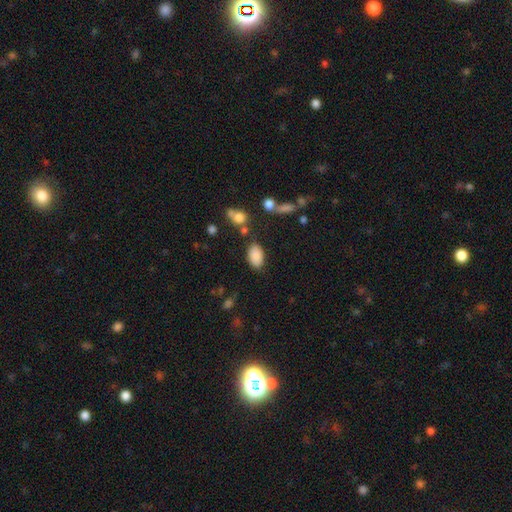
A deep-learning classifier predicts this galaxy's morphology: A smooth galaxy with no disk features (86%) that is in between round and cigar-shaped (92%). Merging: none (78%).